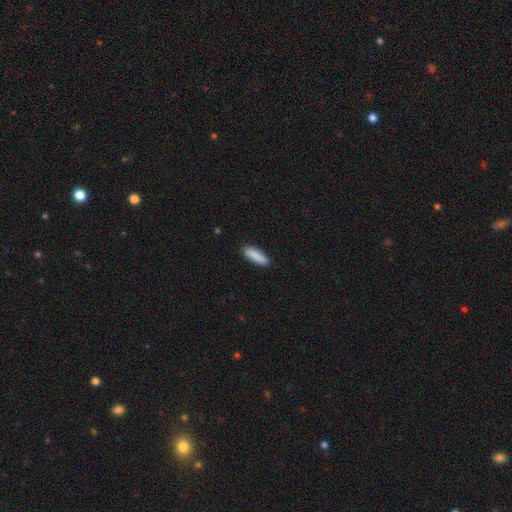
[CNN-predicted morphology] Smooth or featured? Predicted: smooth (p=0.89). How rounded? Predicted: cigar-shaped (p=0.63). Merging? Predicted: none (p=0.90).